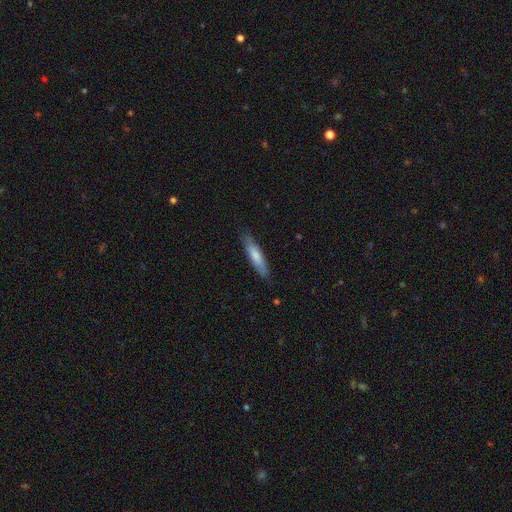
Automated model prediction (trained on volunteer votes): smooth-or-featured: smooth: 73% | featured or disk: 22% | star or artifact: 5%
  how-rounded: cigar-shaped: 78% | in between: 21% | round: 1%
  merging: none: 83% | minor disturbance: 14% | major disturbance: 2% | merger: 1%